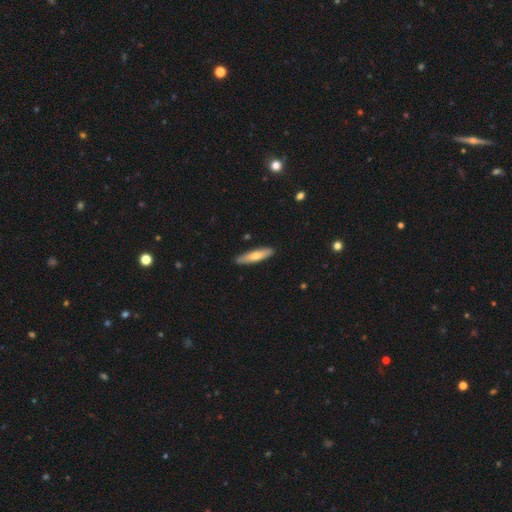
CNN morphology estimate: type=smooth (66%); roundness=cigar-shaped (78%); merging=none (88%).